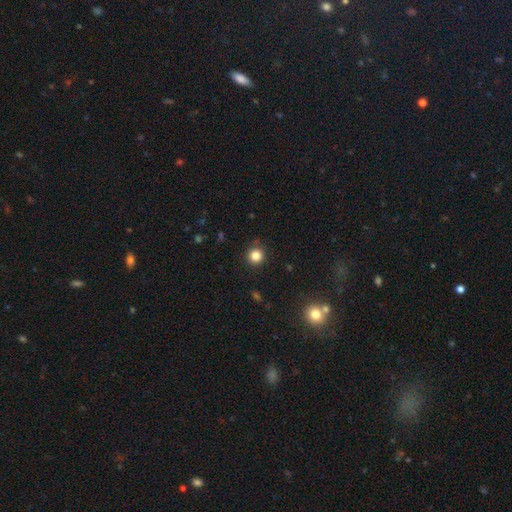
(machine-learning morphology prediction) A smooth galaxy with no disk features (83%) that is round (94%). Merging: none (90%).